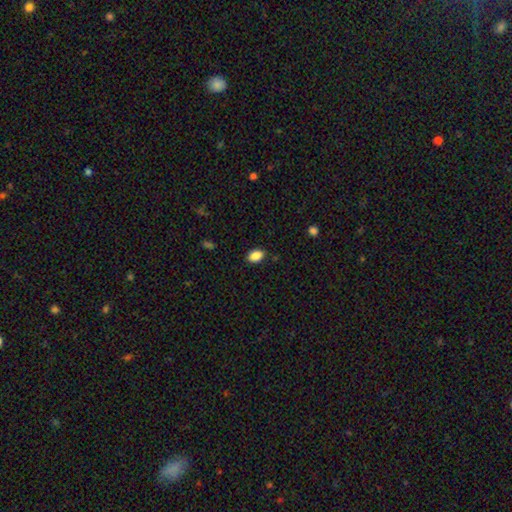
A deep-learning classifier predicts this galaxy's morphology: The model was most divided on "how rounded": in between: 87%, round: 12%, cigar-shaped: 1%. More confident: smooth or featured — smooth (88%); merging — none (87%).